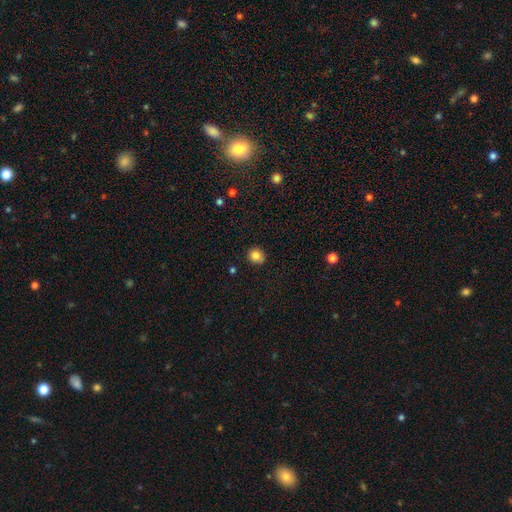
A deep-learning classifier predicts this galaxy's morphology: Smooth or featured? Predicted: smooth (p=0.84). How rounded? Predicted: round (p=0.85). Merging? Predicted: none (p=0.84).